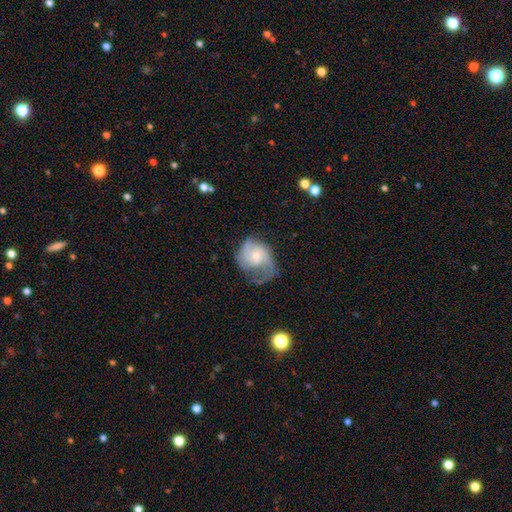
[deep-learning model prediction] featured or disk 68%, smooth 25%, star or artifact 7%. Down the decision tree: edge-on disk — no (98%); bar — no (71%); spiral arms — yes (86%); spiral arm count — 2 (44%); spiral winding — medium (43%); bulge size — small (48%); merging — major disturbance (37%).